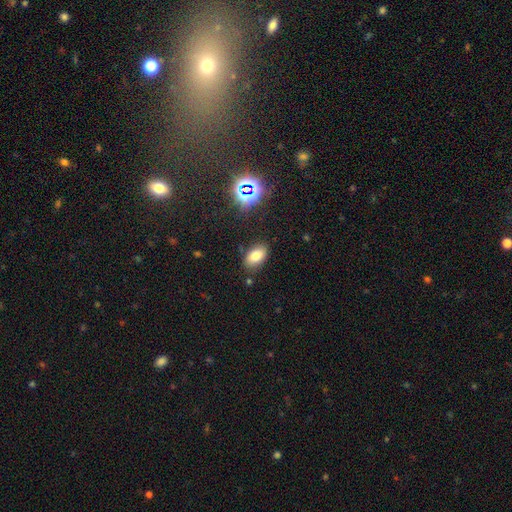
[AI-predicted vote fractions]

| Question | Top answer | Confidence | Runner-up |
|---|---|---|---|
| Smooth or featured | smooth | 77% | star or artifact (13%) |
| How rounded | in between | 91% | round (7%) |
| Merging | none | 82% | minor disturbance (12%) |